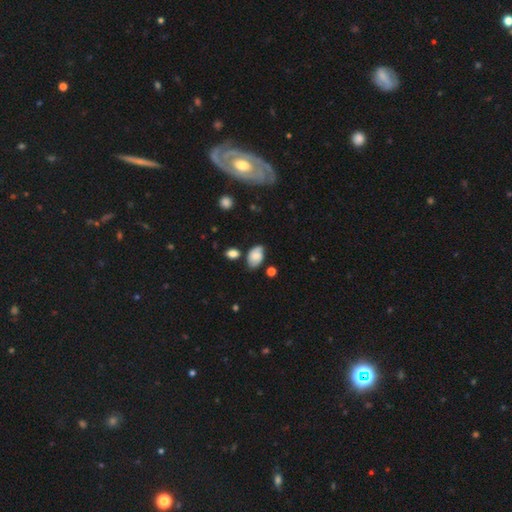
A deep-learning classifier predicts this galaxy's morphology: Smooth or featured? Predicted: smooth (p=0.61). How rounded? Predicted: in between (p=0.88). Merging? Predicted: none (p=0.60).